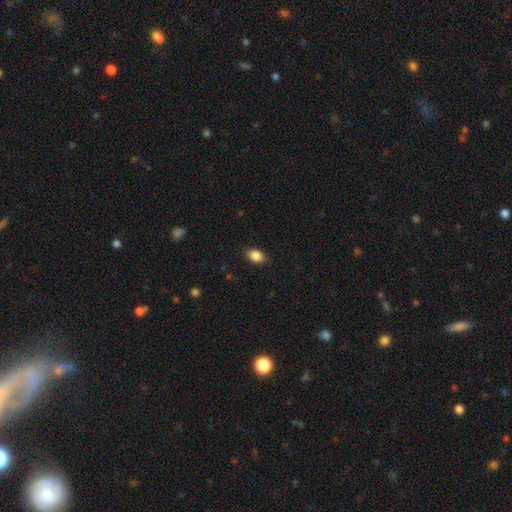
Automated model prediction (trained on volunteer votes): Q: Smooth or featured?
A: smooth (86%); runner-up: star or artifact (8%)
Q: How rounded?
A: in between (82%); runner-up: round (16%)
Q: Merging?
A: none (85%); runner-up: minor disturbance (12%)